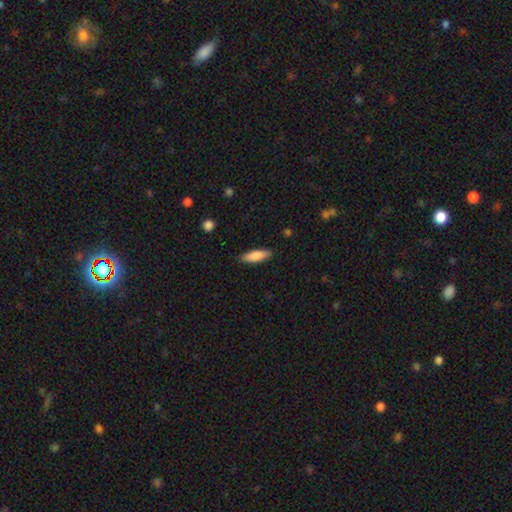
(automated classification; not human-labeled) A smooth galaxy with no disk features (84%) that is cigar-shaped (53%).

Vote fractions:
- Smooth or featured? smooth: 84% / featured or disk: 11% / star or artifact: 6%
- How rounded? cigar-shaped: 53% / in between: 46% / round: 2%
- Merging? none: 87% / minor disturbance: 10% / major disturbance: 2% / merger: 1%